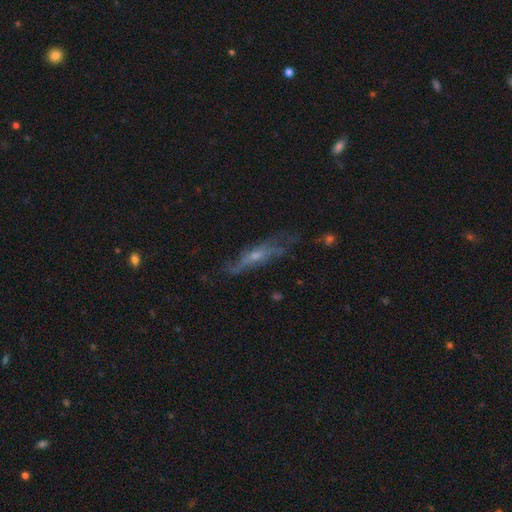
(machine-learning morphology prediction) featured or disk 64%, smooth 26%, star or artifact 10%. Down the decision tree: edge-on disk — yes (60%); merging — none (56%).